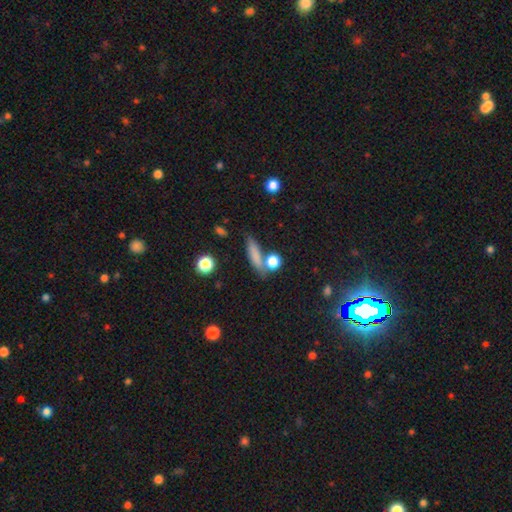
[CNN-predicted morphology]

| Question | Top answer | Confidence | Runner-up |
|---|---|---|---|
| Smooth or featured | smooth | 77% | featured or disk (14%) |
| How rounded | cigar-shaped | 65% | in between (27%) |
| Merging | none | 66% | merger (15%) |